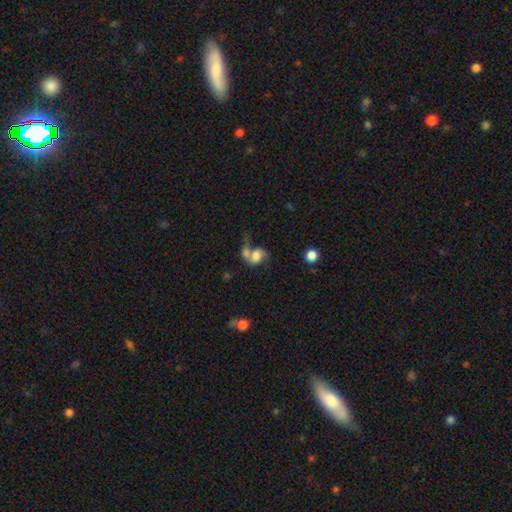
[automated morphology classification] The model was most divided on "smooth or featured": featured or disk: 52%, smooth: 39%, star or artifact: 10%. More confident: edge-on disk — no (97%); merging — merger (53%).